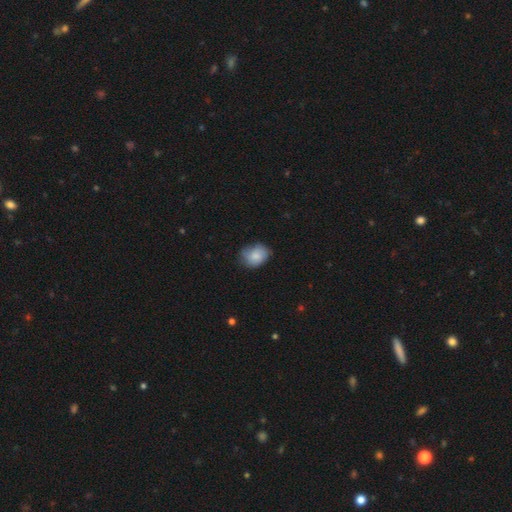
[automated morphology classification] Smooth or featured?
  - smooth: 82% *
  - featured or disk: 11%
  - star or artifact: 7%
How rounded?
  - in between: 56% *
  - round: 43%
  - cigar-shaped: 1%
Merging?
  - none: 63% *
  - minor disturbance: 30%
  - major disturbance: 6%
  - merger: 1%